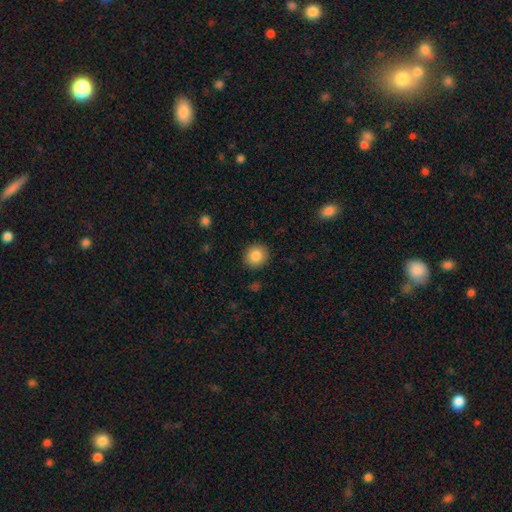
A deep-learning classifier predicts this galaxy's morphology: The model was most divided on "how rounded": round: 87%, in between: 12%, cigar-shaped: 1%. More confident: merging — none (91%); smooth or featured — smooth (85%).